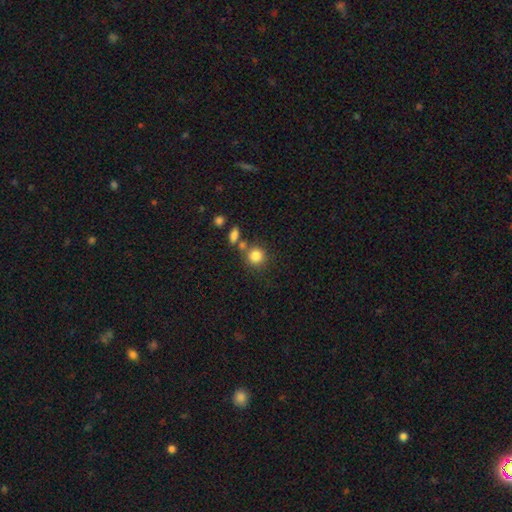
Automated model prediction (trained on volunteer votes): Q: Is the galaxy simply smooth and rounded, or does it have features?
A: smooth — 83%.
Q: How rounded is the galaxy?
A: round — 88%.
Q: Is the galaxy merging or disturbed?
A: none — 68%.